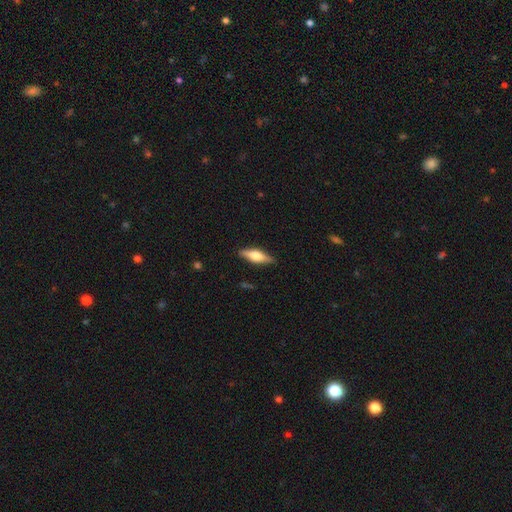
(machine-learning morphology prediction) Smooth or featured? featured or disk (51%)
Edge-on disk? yes (94%)
Merging? none (88%)